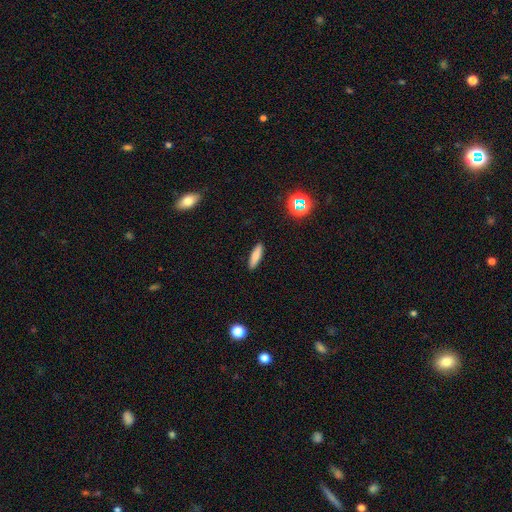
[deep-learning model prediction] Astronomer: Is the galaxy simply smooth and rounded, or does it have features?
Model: smooth — 81%.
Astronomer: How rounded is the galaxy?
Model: cigar-shaped — 67%.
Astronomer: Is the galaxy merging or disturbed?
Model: none — 90%.